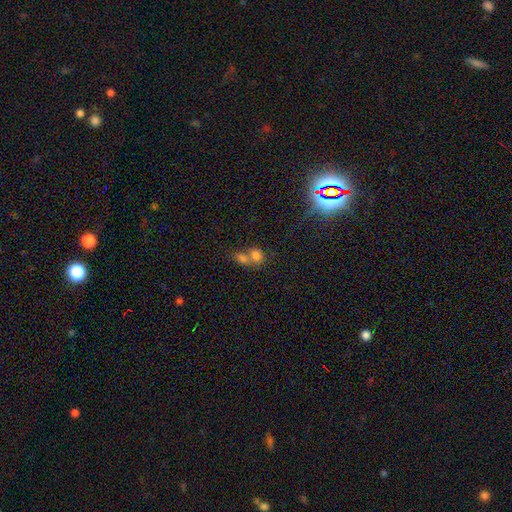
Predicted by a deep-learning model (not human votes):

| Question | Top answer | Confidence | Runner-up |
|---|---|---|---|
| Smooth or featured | smooth | 75% | star or artifact (13%) |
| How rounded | round | 66% | in between (33%) |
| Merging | merger | 64% | none (26%) |